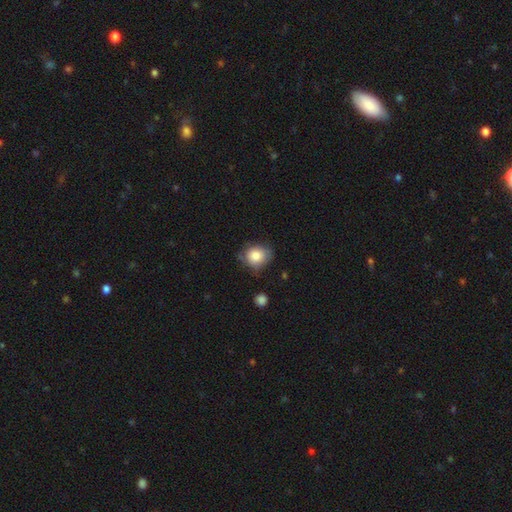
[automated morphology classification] A smooth galaxy with no disk features (81%) that is round (70%).

Vote fractions:
- Smooth or featured? smooth: 81% / featured or disk: 11% / star or artifact: 8%
- How rounded? round: 70% / in between: 30% / cigar-shaped: 1%
- Merging? none: 64% / minor disturbance: 27% / major disturbance: 6% / merger: 3%